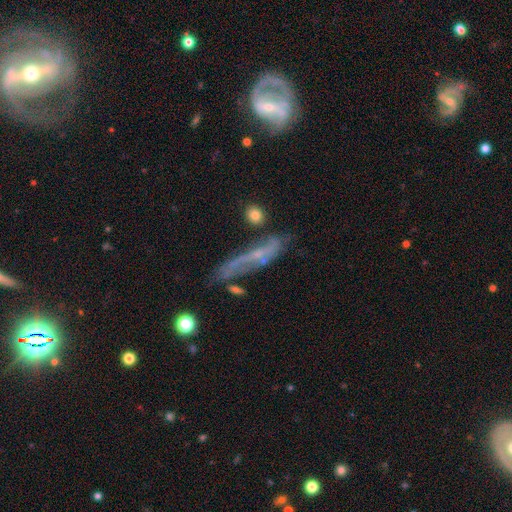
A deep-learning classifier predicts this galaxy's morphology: A featured or disk galaxy (64%).

Vote fractions:
- Smooth or featured? featured or disk: 64% / smooth: 24% / star or artifact: 12%
- Edge-on disk? no: 56% / yes: 44%
- Merging? none: 51% / minor disturbance: 24% / major disturbance: 15% / merger: 10%